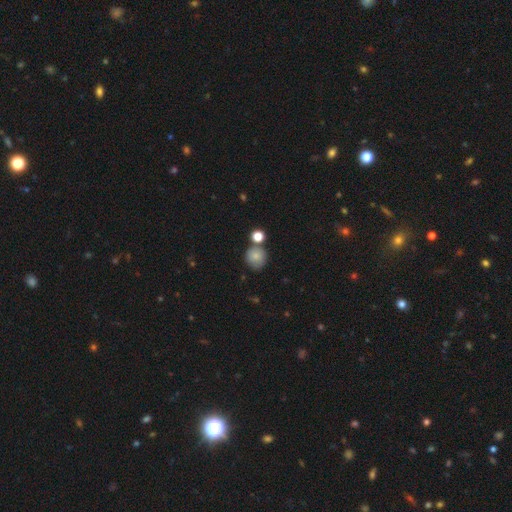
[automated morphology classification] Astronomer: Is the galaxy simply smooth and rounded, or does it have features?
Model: smooth — 81%.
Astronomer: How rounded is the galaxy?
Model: round — 88%.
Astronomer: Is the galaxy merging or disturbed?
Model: none — 67%.